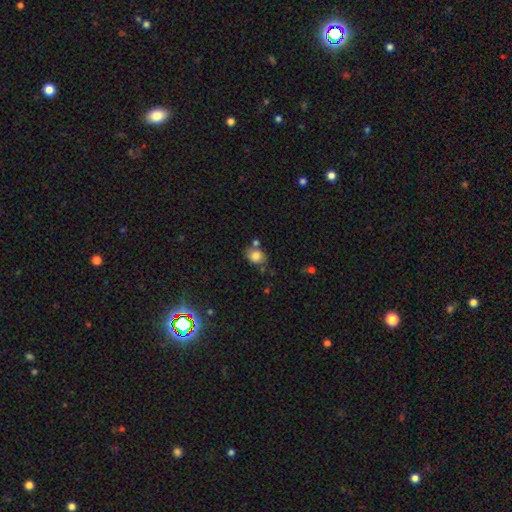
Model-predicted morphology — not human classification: Smooth or featured?
  - smooth: 80% *
  - star or artifact: 11%
  - featured or disk: 9%
How rounded?
  - round: 56% *
  - in between: 43%
  - cigar-shaped: 1%
Merging?
  - none: 62% *
  - minor disturbance: 17%
  - merger: 16%
  - major disturbance: 5%